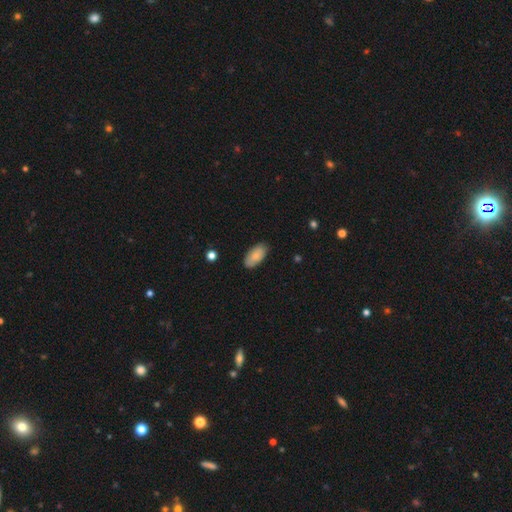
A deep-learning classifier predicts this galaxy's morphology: A smooth galaxy with no disk features (83%) that is in between round and cigar-shaped (94%).

Vote fractions:
- Smooth or featured? smooth: 83% / featured or disk: 11% / star or artifact: 6%
- How rounded? in between: 94% / cigar-shaped: 4% / round: 2%
- Merging? none: 85% / minor disturbance: 12% / major disturbance: 2% / merger: 1%